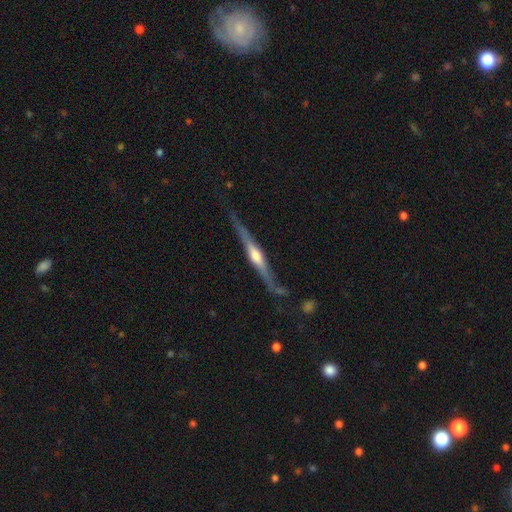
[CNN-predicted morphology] type=featured or disk (77%); edge-on=yes (96%); edge-on bulge=rounded (84%); merging=none (74%).